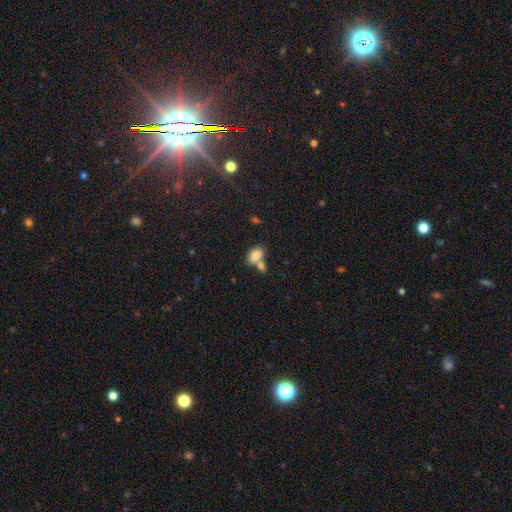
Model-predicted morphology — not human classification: Q: Smooth or featured?
A: smooth (80%); runner-up: featured or disk (11%)
Q: How rounded?
A: in between (86%); runner-up: round (13%)
Q: Merging?
A: none (43%); runner-up: merger (42%)